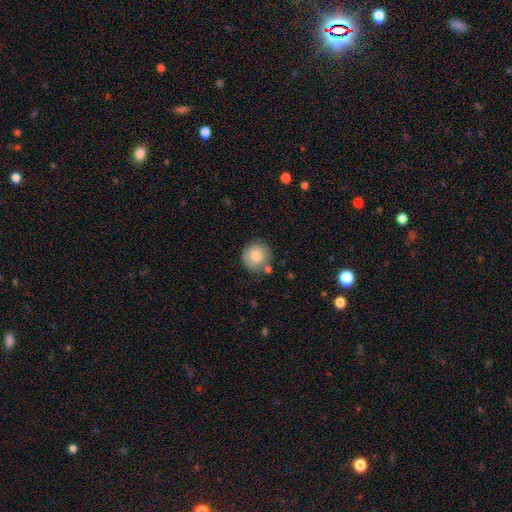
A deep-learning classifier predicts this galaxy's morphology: Q: Smooth or featured?
A: smooth (81%); runner-up: featured or disk (11%)
Q: How rounded?
A: round (92%); runner-up: in between (7%)
Q: Merging?
A: none (75%); runner-up: minor disturbance (14%)